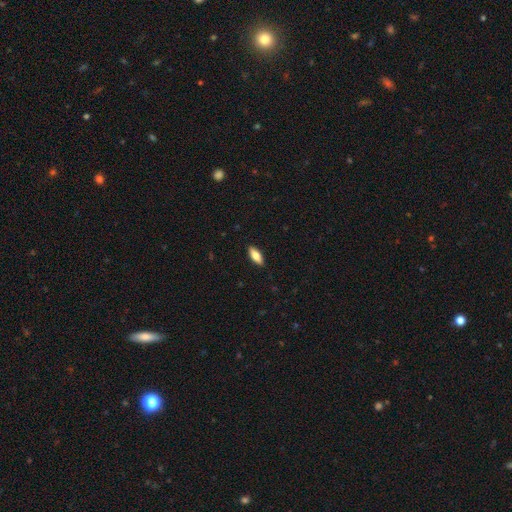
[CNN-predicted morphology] This is likely a smooth galaxy (76%). How rounded: likely in between (74%). Merging: clearly none (90%).